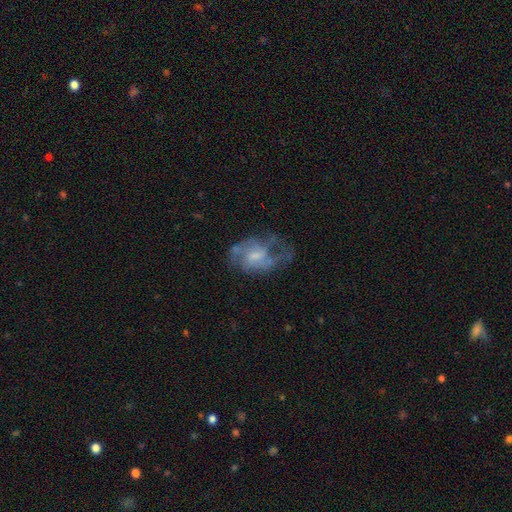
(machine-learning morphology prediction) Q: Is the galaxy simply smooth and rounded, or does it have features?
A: featured or disk — 68%.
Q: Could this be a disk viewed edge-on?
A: no — 97%.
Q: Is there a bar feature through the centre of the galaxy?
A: no — 53%.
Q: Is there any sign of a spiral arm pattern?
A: yes — 69%.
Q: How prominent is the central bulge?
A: small — 42%.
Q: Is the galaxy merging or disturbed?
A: none — 42%.